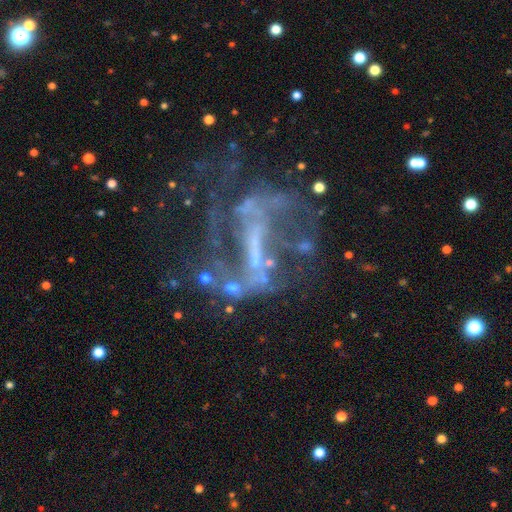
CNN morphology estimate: Smooth or featured? featured or disk (74%)
Edge-on disk? no (93%)
Bar? strong (49%)
Spiral arms? yes (53%)
Bulge size? none (59%)
Merging? none (42%)